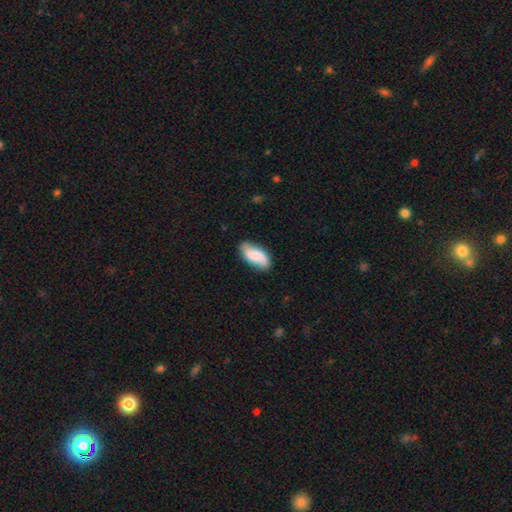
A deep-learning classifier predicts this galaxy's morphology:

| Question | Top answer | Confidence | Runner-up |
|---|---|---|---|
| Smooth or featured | smooth | 69% | featured or disk (24%) |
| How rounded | in between | 88% | cigar-shaped (10%) |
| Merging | none | 77% | minor disturbance (17%) |